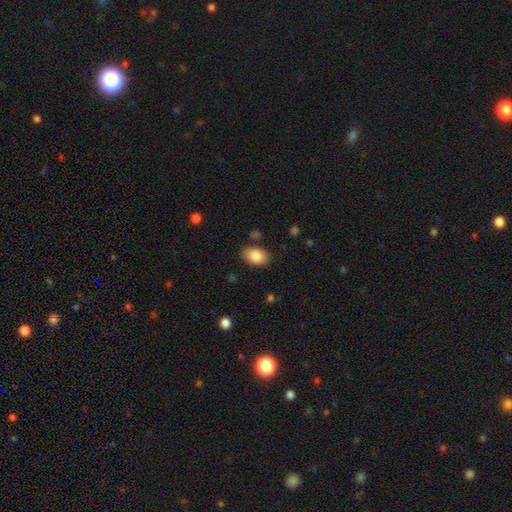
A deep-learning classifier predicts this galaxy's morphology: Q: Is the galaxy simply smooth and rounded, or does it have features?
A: smooth — 84%.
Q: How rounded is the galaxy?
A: in between — 88%.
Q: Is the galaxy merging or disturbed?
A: none — 84%.